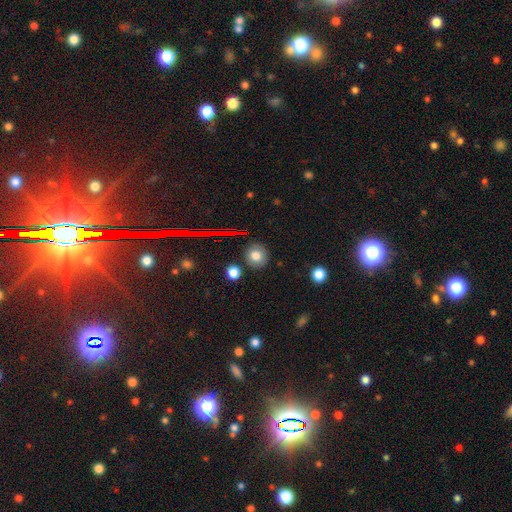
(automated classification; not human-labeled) Smooth or featured?
  - smooth: 75% *
  - featured or disk: 13%
  - star or artifact: 12%
How rounded?
  - round: 83% *
  - in between: 16%
  - cigar-shaped: 1%
Merging?
  - none: 85% *
  - minor disturbance: 9%
  - merger: 3%
  - major disturbance: 3%